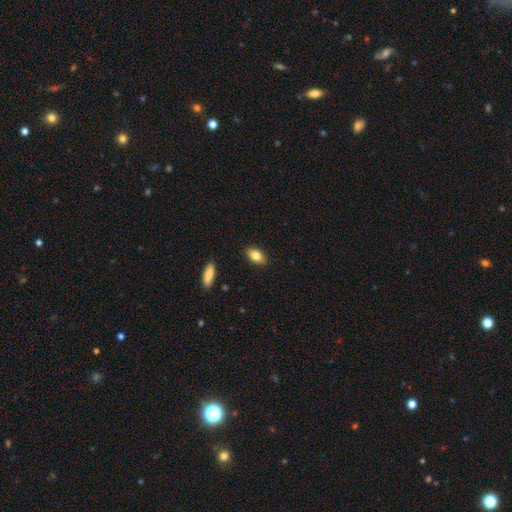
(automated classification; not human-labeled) Smooth or featured? smooth (82%)
How rounded? in between (89%)
Merging? none (88%)